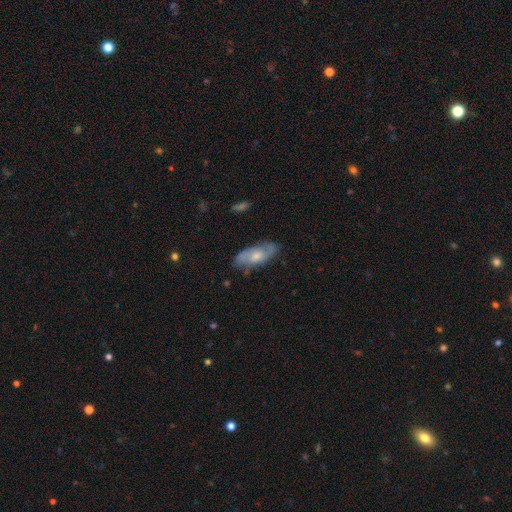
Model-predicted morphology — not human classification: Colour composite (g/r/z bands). It shows a featured or disk galaxy (51%). Merging: none (74%).